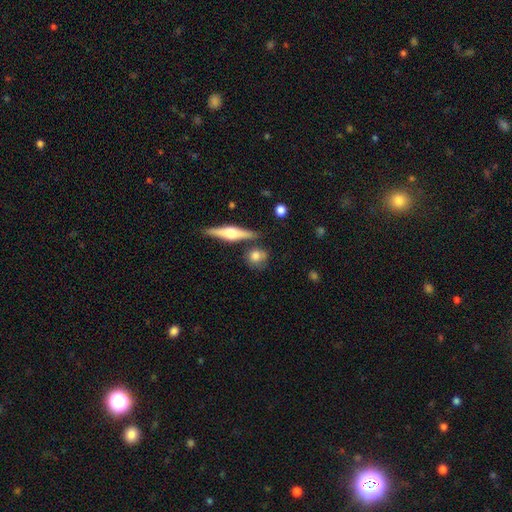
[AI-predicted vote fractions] Q: Smooth or featured?
A: smooth (66%); runner-up: featured or disk (27%)
Q: How rounded?
A: round (76%); runner-up: in between (18%)
Q: Merging?
A: none (70%); runner-up: minor disturbance (16%)